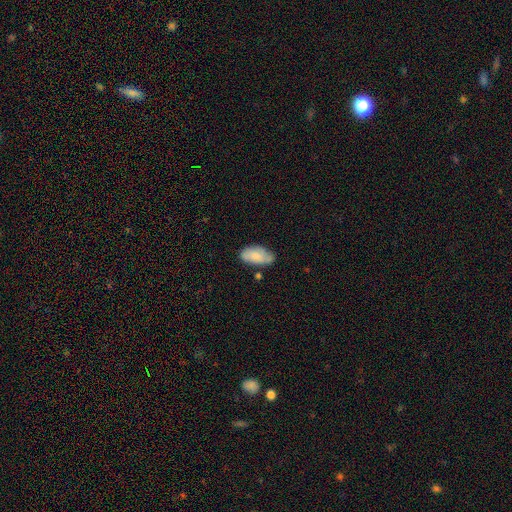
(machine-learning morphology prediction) This is likely a smooth galaxy (77%). How rounded: clearly in between (93%). Merging: possibly none (59%).